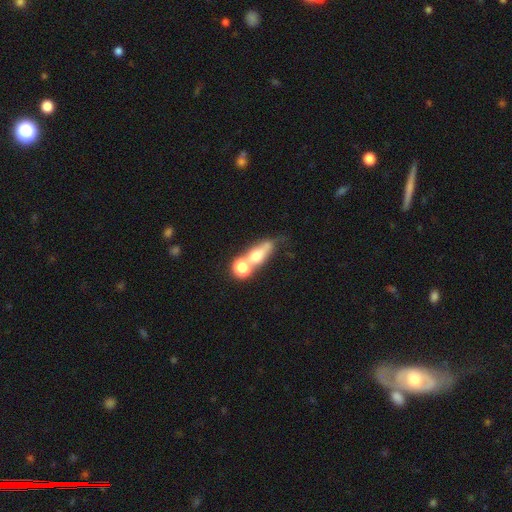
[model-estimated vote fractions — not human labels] A smooth galaxy with no disk features (57%) that is in between round and cigar-shaped (48%).

Vote fractions:
- Smooth or featured? smooth: 57% / featured or disk: 29% / star or artifact: 14%
- How rounded? in between: 48% / round: 34% / cigar-shaped: 18%
- Merging? merger: 54% / none: 25% / major disturbance: 11% / minor disturbance: 10%